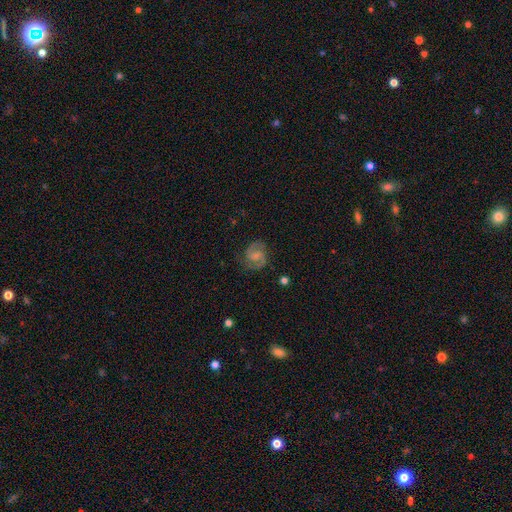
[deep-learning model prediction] Morphology: type=featured or disk (79%); edge-on=no (98%); bar=no (49%); spiral arms=yes (96%); winding=medium (55%); arm count=2 (91%); bulge=small (37%); merging=none (78%).